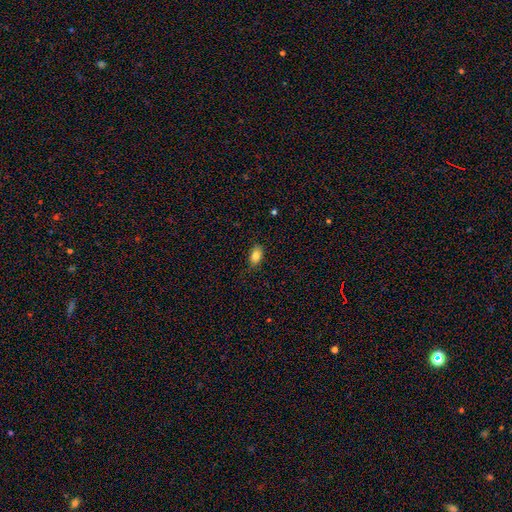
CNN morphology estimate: The model was most divided on "smooth or featured": smooth: 84%, star or artifact: 8%, featured or disk: 8%. More confident: how rounded — in between (89%); merging — none (86%).